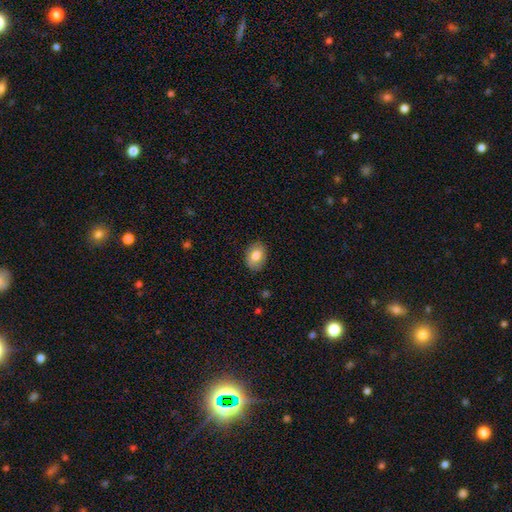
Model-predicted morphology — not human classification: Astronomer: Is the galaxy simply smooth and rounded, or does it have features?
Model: smooth — 79%.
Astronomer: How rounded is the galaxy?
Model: in between — 73%.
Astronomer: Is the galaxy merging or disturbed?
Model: none — 84%.